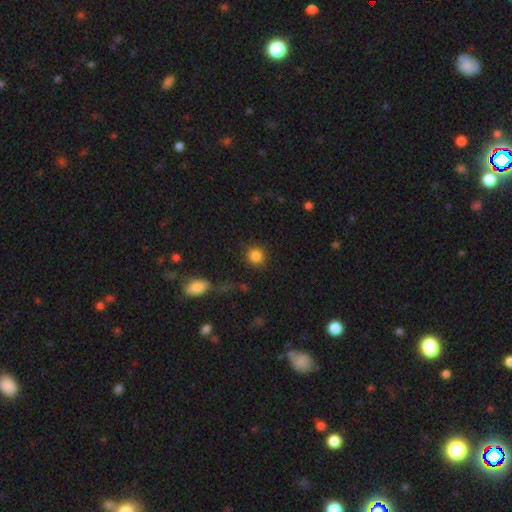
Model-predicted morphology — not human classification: Smooth or featured? smooth (86%)
How rounded? round (91%)
Merging? none (86%)